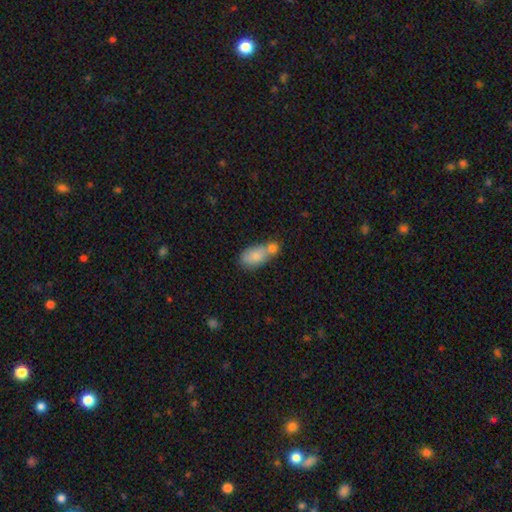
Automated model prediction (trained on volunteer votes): A smooth galaxy with no disk features (78%) that is in between round and cigar-shaped (87%). Merging: merger (52%).